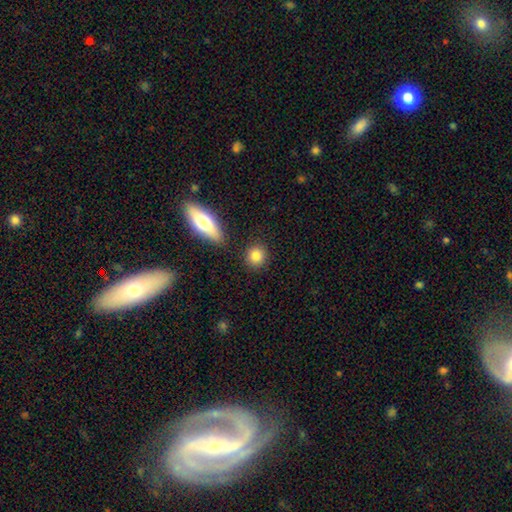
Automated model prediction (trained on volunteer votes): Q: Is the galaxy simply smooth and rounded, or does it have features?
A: smooth — 84%.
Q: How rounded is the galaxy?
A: round — 84%.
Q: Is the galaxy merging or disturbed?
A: none — 86%.